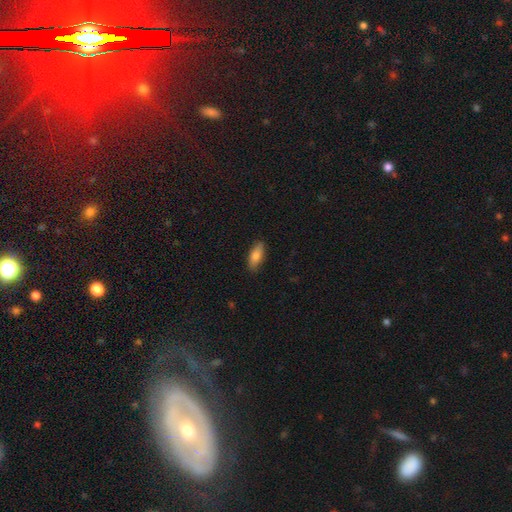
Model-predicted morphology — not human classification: This appears to be a smooth galaxy with no disk features (82%) that is in between round and cigar-shaped (78%). Merging: none (85%).